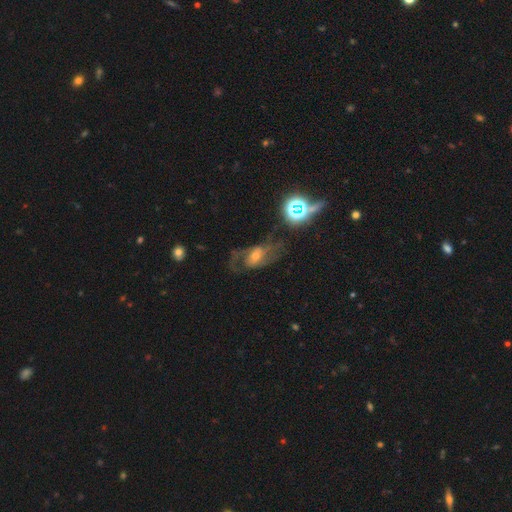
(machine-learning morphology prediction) A featured or disk galaxy (69%) with no bar (49%), 2 (70%) medium (46%) spiral arms (85%) and a small central bulge (47%).

Vote fractions:
- Smooth or featured? featured or disk: 69% / smooth: 16% / star or artifact: 15%
- Edge-on disk? no: 95% / yes: 5%
- Bar? no: 49% / weak: 37% / strong: 14%
- Spiral arms? yes: 85% / no: 15%
- Spiral winding? medium: 46% / loose: 39% / tight: 15%
- Spiral arm count? 2: 70% / can't tell: 15% / 3: 5% / 1: 5% / 4: 2% / more than 4: 2%
- Bulge size? small: 47% / moderate: 44% / large: 5% / none: 3% / dominant: 1%
- Merging? none: 51% / major disturbance: 26% / minor disturbance: 19% / merger: 3%